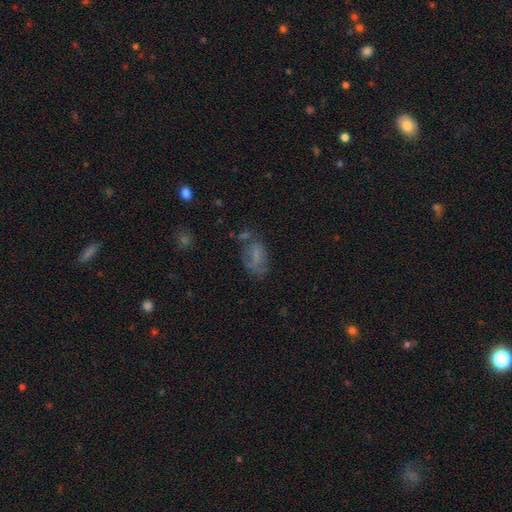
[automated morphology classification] smooth-or-featured: smooth: 57% | featured or disk: 27% | star or artifact: 16%
  how-rounded: in between: 88% | round: 9% | cigar-shaped: 4%
  merging: none: 46% | minor disturbance: 26% | major disturbance: 19% | merger: 9%